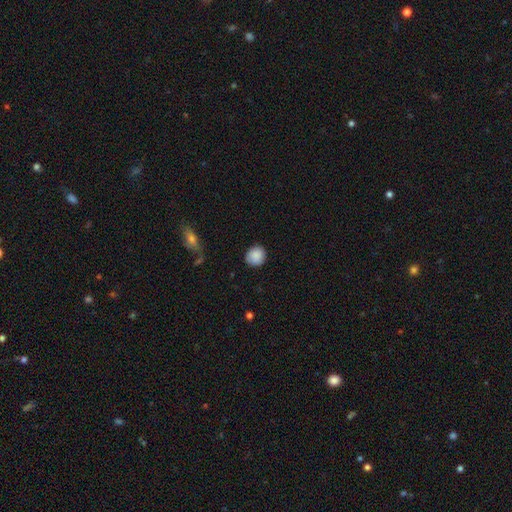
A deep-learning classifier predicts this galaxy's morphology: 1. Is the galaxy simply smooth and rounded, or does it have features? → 88% smooth, 7% star or artifact, 5% featured or disk.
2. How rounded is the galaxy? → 85% round, 14% in between, 1% cigar-shaped.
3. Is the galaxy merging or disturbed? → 83% none, 13% minor disturbance, 3% major disturbance, 1% merger.